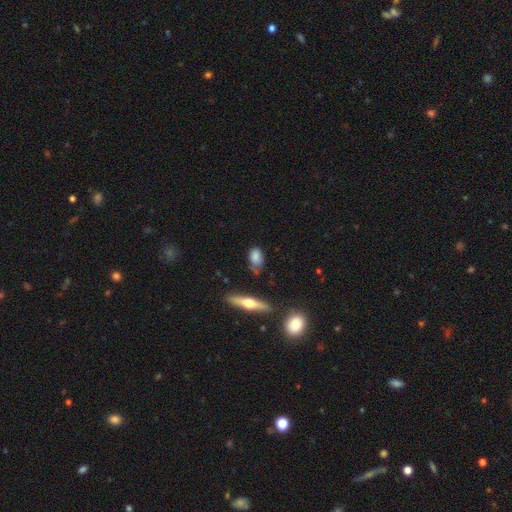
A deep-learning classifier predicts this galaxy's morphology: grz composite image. It shows a smooth galaxy with no disk features (75%) that is in between round and cigar-shaped (82%). Merging: none (58%).